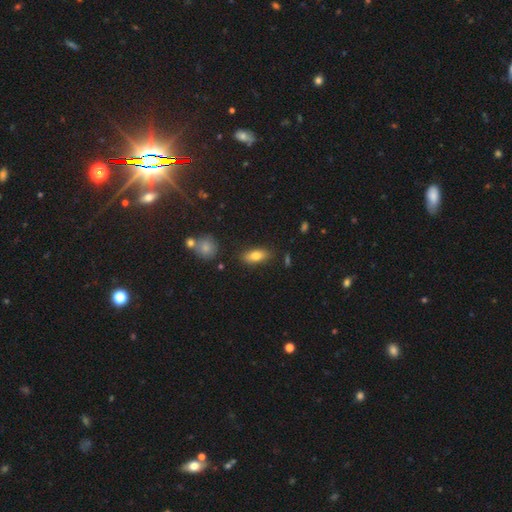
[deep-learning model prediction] smooth_or_featured: smooth (p=0.77) [alt: featured or disk p=0.15]
how_rounded: in between (p=0.84) [alt: cigar-shaped p=0.12]
merging: none (p=0.82) [alt: minor disturbance p=0.12]